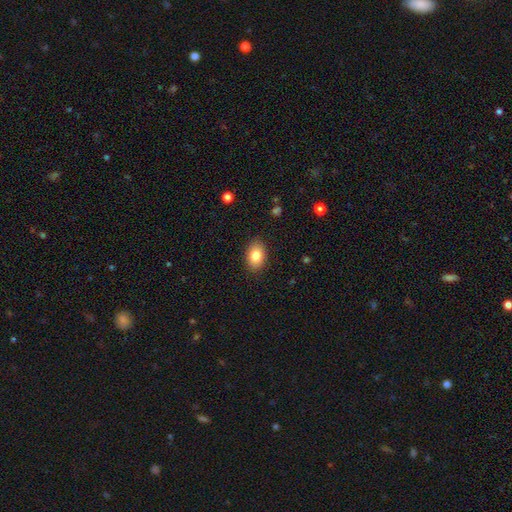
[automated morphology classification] smooth-or-featured: smooth: 84% | featured or disk: 9% | star or artifact: 8%
  how-rounded: in between: 87% | round: 12% | cigar-shaped: 1%
  merging: none: 88% | minor disturbance: 9% | major disturbance: 2% | merger: 1%